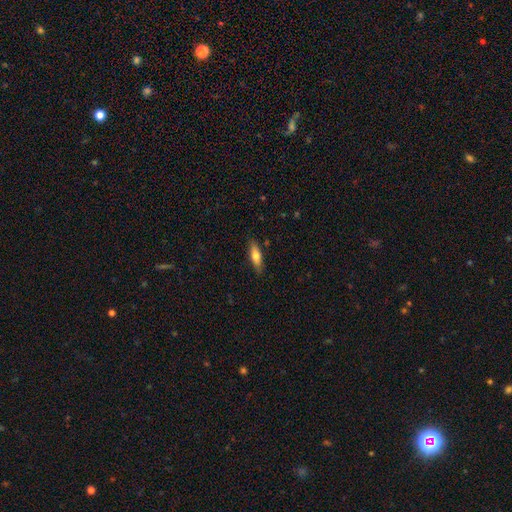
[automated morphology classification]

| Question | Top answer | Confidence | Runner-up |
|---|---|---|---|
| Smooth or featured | smooth | 71% | featured or disk (23%) |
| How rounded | in between | 51% | cigar-shaped (46%) |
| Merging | none | 84% | minor disturbance (12%) |